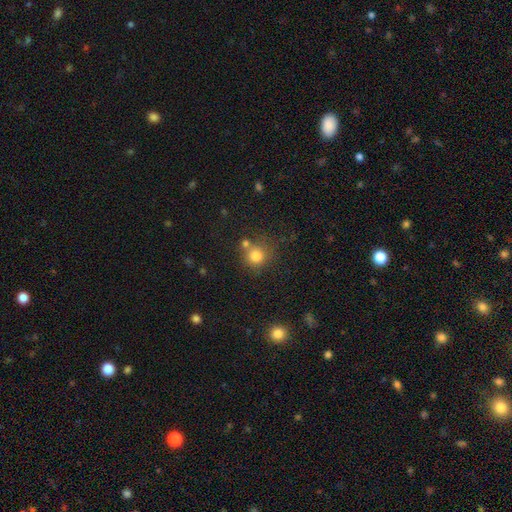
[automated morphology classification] Smooth or featured?
  - smooth: 79% *
  - star or artifact: 14%
  - featured or disk: 8%
How rounded?
  - round: 91% *
  - in between: 8%
  - cigar-shaped: 1%
Merging?
  - none: 66% *
  - merger: 18%
  - minor disturbance: 11%
  - major disturbance: 4%